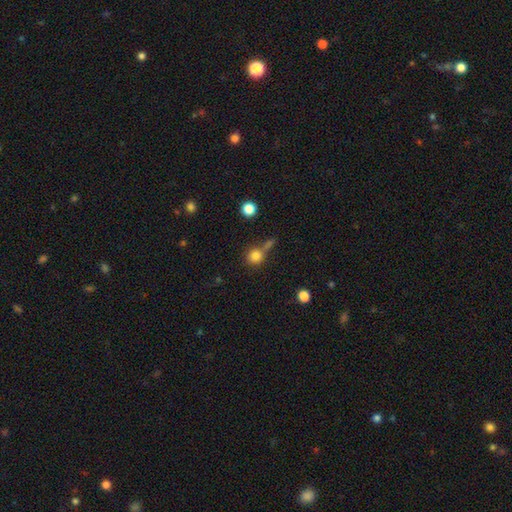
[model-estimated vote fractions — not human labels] This appears to be a smooth galaxy with no disk features (81%) that is round (89%). Merging: none (55%).